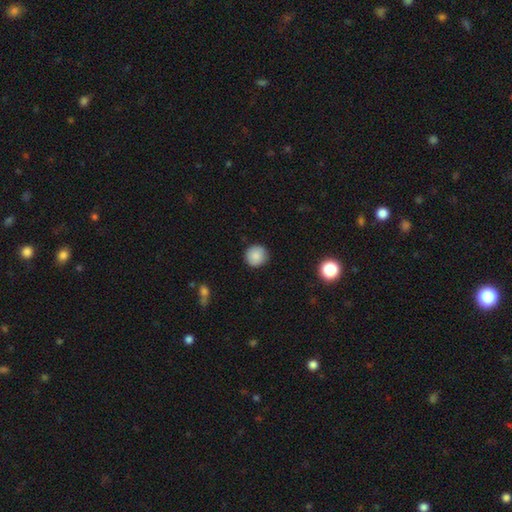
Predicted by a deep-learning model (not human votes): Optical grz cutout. It shows a smooth galaxy with no disk features (87%) that is round (94%). Merging: none (91%).